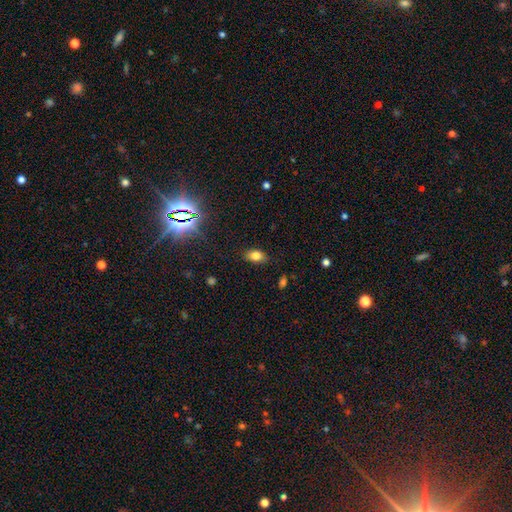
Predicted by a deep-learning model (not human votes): Smooth or featured?
  - smooth: 78% *
  - star or artifact: 13%
  - featured or disk: 9%
How rounded?
  - in between: 85% *
  - round: 13%
  - cigar-shaped: 2%
Merging?
  - none: 83% *
  - minor disturbance: 13%
  - major disturbance: 3%
  - merger: 1%